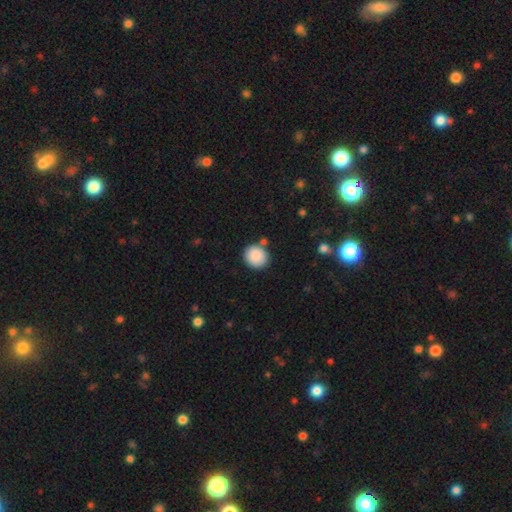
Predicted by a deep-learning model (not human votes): Smooth or featured?
  - smooth: 89% *
  - star or artifact: 8%
  - featured or disk: 4%
How rounded?
  - round: 79% *
  - in between: 20%
  - cigar-shaped: 1%
Merging?
  - none: 81% *
  - minor disturbance: 10%
  - merger: 6%
  - major disturbance: 3%